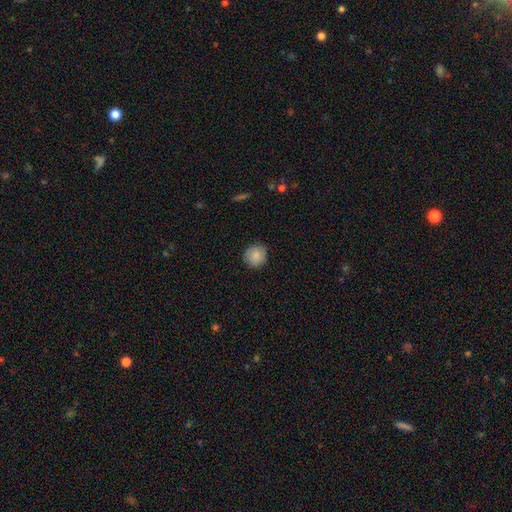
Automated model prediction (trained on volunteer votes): The model was most divided on "merging": none: 87%, minor disturbance: 10%, major disturbance: 2%, merger: 1%. More confident: how rounded — round (92%); smooth or featured — smooth (86%).